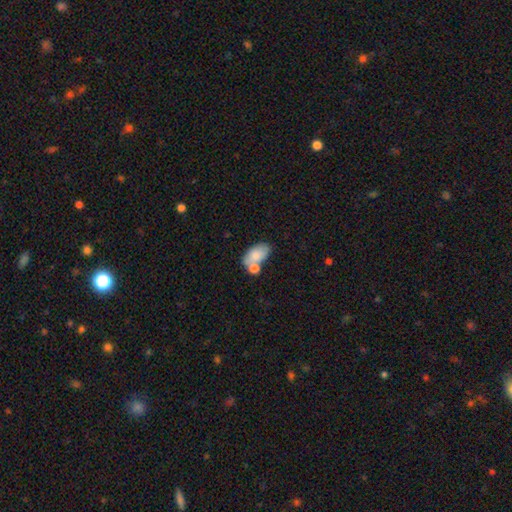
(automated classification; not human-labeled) smooth 77%, featured or disk 16%, star or artifact 7%. Down the decision tree: how rounded — in between (92%); merging — none (39%).